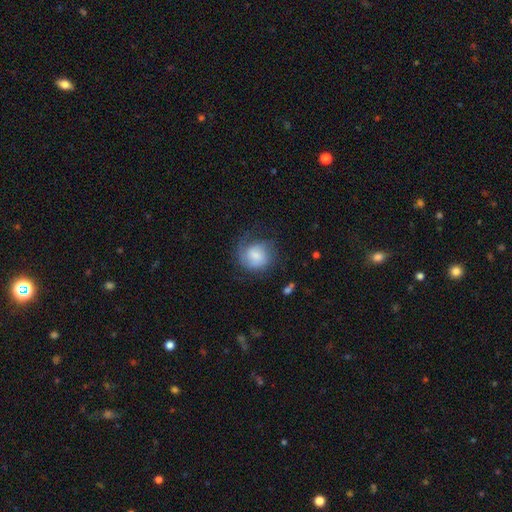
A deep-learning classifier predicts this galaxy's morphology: Q: Smooth or featured?
A: smooth (53%); runner-up: featured or disk (39%)
Q: How rounded?
A: round (79%); runner-up: in between (20%)
Q: Merging?
A: none (51%); runner-up: minor disturbance (25%)